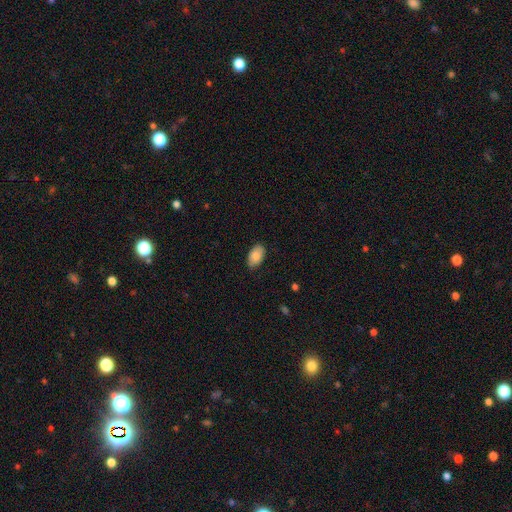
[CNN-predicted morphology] This appears to be a smooth galaxy with no disk features (86%) that is in between round and cigar-shaped (94%). Merging: none (84%).